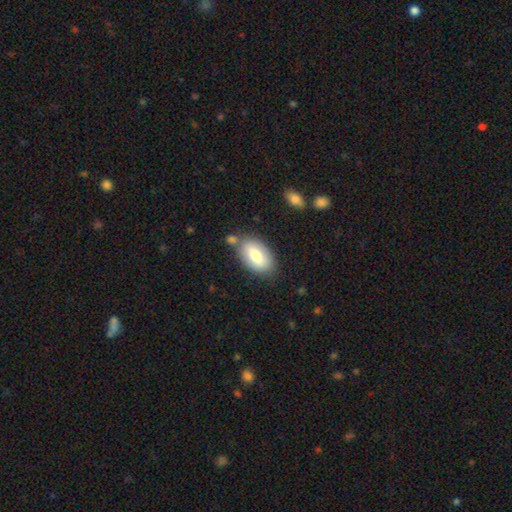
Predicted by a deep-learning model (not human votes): This appears to be a smooth galaxy with no disk features (72%) that is in between round and cigar-shaped (92%). Merging: none (71%).